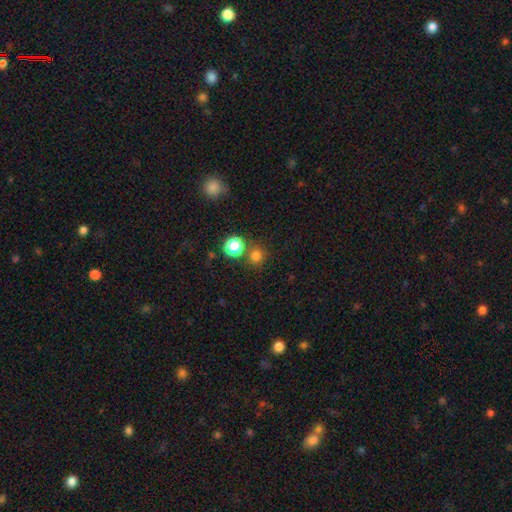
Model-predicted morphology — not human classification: type=smooth (76%); roundness=round (91%); merging=none (76%).